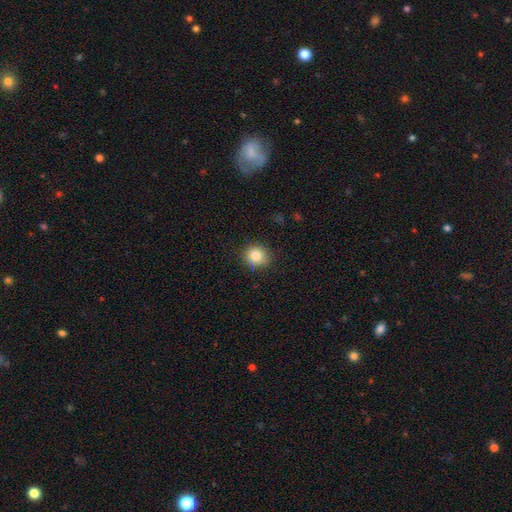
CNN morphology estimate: A smooth galaxy with no disk features (82%) that is round (85%).

Vote fractions:
- Smooth or featured? smooth: 82% / star or artifact: 11% / featured or disk: 7%
- How rounded? round: 85% / in between: 14% / cigar-shaped: 1%
- Merging? none: 83% / minor disturbance: 13% / major disturbance: 3% / merger: 1%